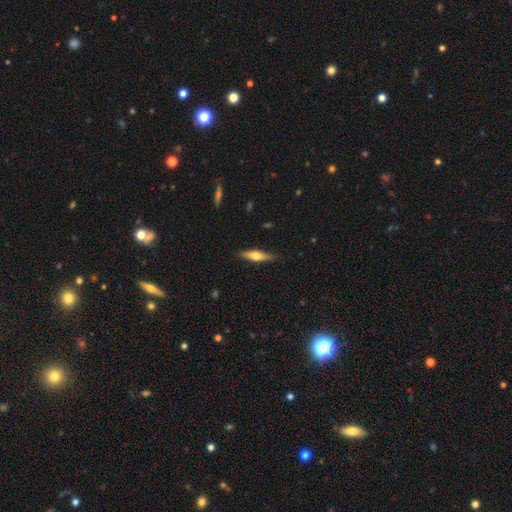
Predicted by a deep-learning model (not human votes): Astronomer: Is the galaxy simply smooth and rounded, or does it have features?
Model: smooth — 54% (runner-up: featured or disk, 40%).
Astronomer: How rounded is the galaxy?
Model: cigar-shaped — 70%.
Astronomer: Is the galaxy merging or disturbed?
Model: none — 84%.